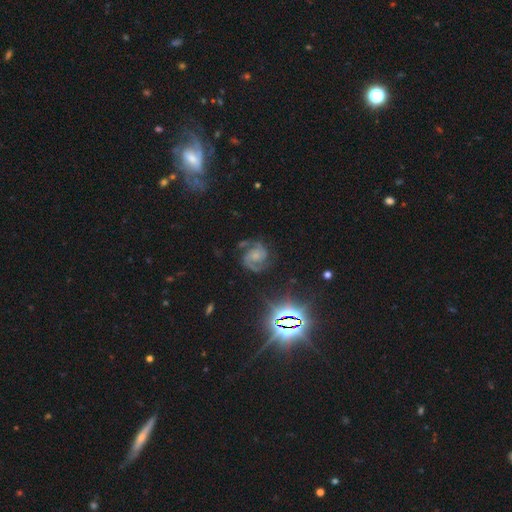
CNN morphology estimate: The model was most divided on "spiral winding": medium: 52%, tight: 35%, loose: 12%. Remaining: edge-on disk — no (98%); spiral arms — yes (97%); spiral arm count — 2 (83%); smooth or featured — featured or disk (81%); merging — none (70%); bar — no (67%); bulge size — small (47%).